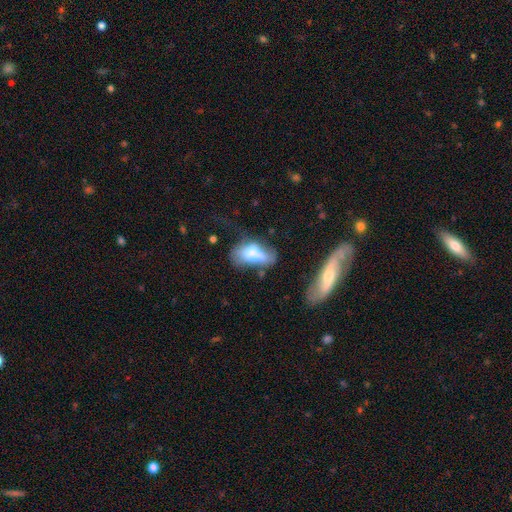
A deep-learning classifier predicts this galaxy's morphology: Smooth or featured? Predicted: smooth (p=0.60). How rounded? Predicted: in between (p=0.84). Merging? Predicted: major disturbance (p=0.31).